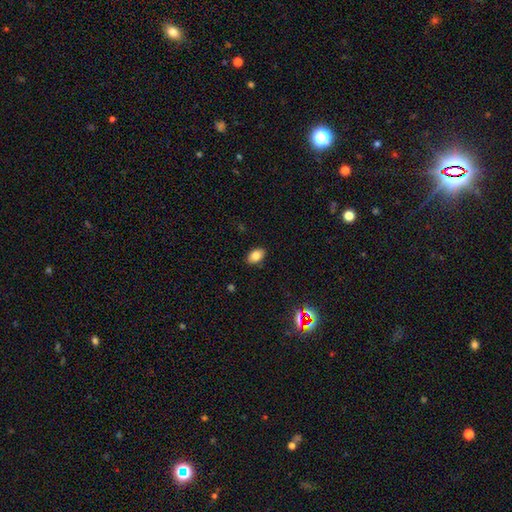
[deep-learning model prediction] This appears to be a smooth galaxy with no disk features (81%) that is in between round and cigar-shaped (89%). Merging: none (87%).